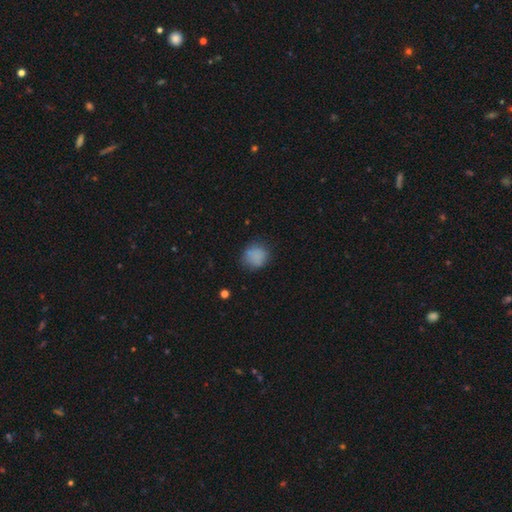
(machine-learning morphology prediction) A smooth galaxy with no disk features (83%) that is round (84%). Merging: none (75%).